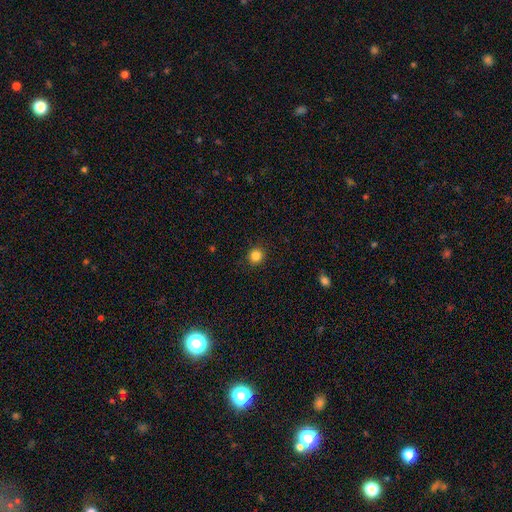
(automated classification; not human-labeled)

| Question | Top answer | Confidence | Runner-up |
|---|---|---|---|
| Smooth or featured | smooth | 84% | star or artifact (12%) |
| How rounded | round | 91% | in between (8%) |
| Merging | none | 91% | minor disturbance (6%) |